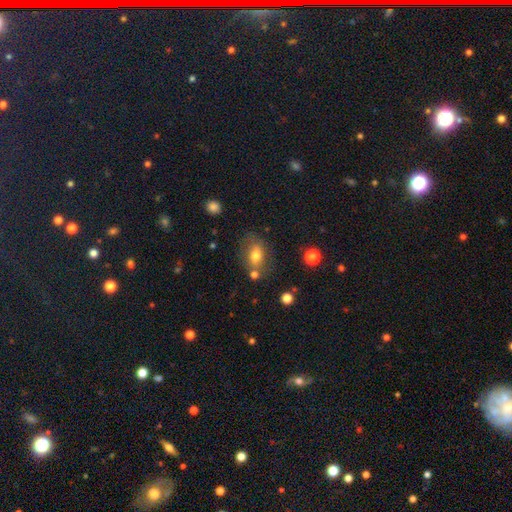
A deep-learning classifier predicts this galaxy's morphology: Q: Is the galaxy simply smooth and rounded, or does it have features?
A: smooth — 73%.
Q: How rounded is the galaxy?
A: in between — 74%.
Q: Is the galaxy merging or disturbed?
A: none — 64%.